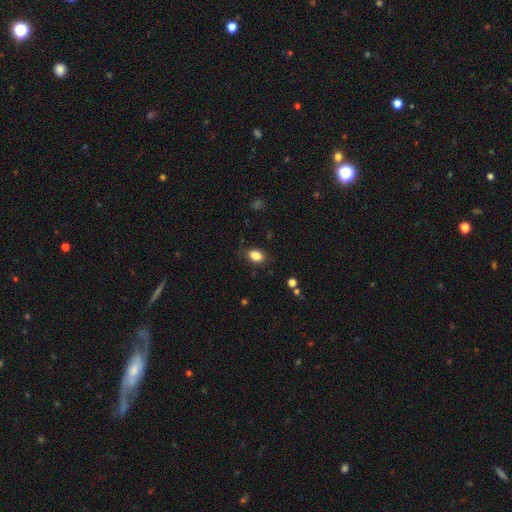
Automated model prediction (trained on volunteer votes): This appears to be a smooth galaxy with no disk features (85%) that is in between round and cigar-shaped (78%). Merging: none (81%).